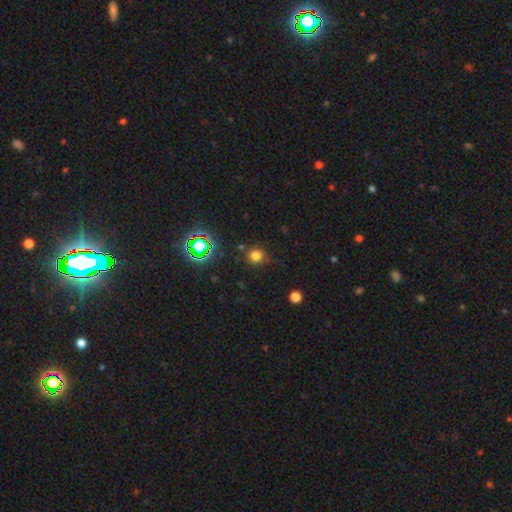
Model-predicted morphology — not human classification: Smooth or featured? Predicted: smooth (p=0.73). How rounded? Predicted: round (p=0.90). Merging? Predicted: none (p=0.76).